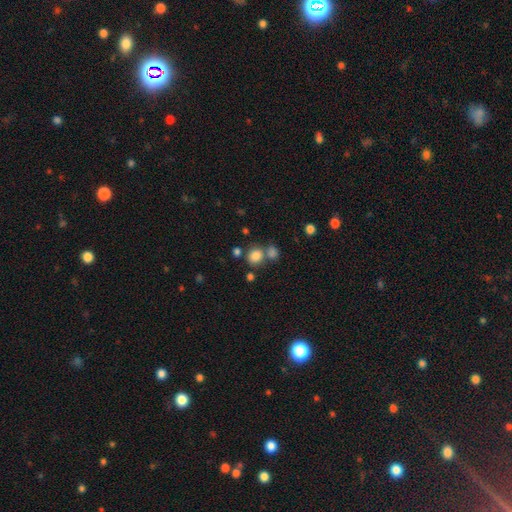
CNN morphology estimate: Smooth or featured?
  - smooth: 82% *
  - star or artifact: 12%
  - featured or disk: 6%
How rounded?
  - round: 79% *
  - in between: 20%
  - cigar-shaped: 1%
Merging?
  - none: 60% *
  - merger: 26%
  - minor disturbance: 9%
  - major disturbance: 4%